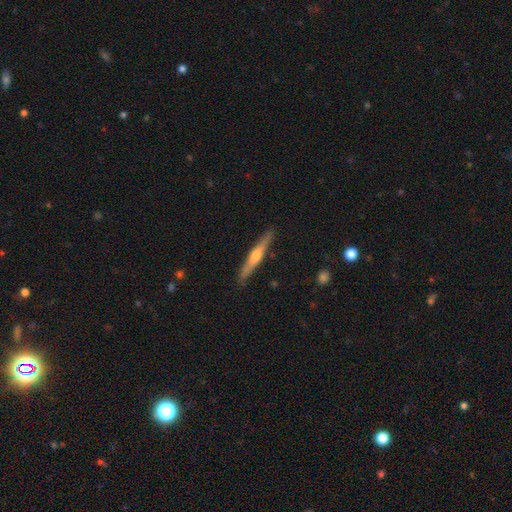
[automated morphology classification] Smooth or featured?
  - featured or disk: 64% *
  - smooth: 31%
  - star or artifact: 5%
Edge-on disk?
  - yes: 97% *
  - no: 3%
Edge-on bulge?
  - rounded: 88% *
  - none: 7%
  - boxy: 5%
Merging?
  - none: 89% *
  - minor disturbance: 8%
  - major disturbance: 2%
  - merger: 1%